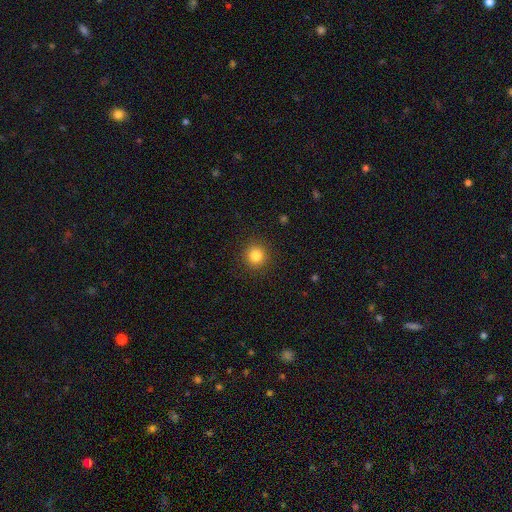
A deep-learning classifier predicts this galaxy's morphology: A smooth galaxy with no disk features (83%) that is round (94%).

Vote fractions:
- Smooth or featured? smooth: 83% / star or artifact: 12% / featured or disk: 5%
- How rounded? round: 94% / in between: 5% / cigar-shaped: 1%
- Merging? none: 91% / minor disturbance: 5% / major disturbance: 2% / merger: 1%